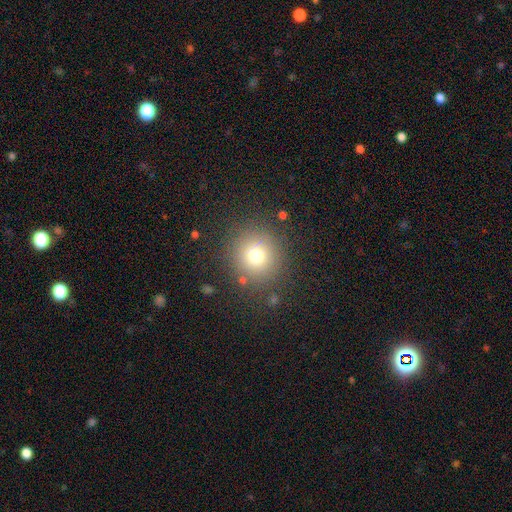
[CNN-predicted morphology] Smooth or featured? Predicted: smooth (p=0.74). How rounded? Predicted: round (p=0.93). Merging? Predicted: none (p=0.86).